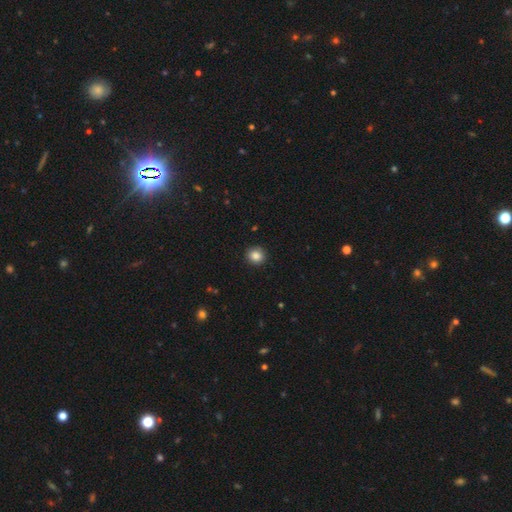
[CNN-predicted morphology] Smooth or featured? smooth (86%)
How rounded? round (90%)
Merging? none (92%)